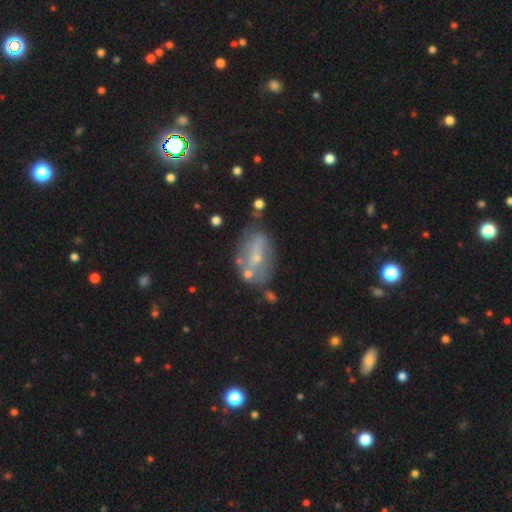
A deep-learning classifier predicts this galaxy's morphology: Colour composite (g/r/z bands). It shows a featured or disk galaxy (53%). Merging: none (48%).